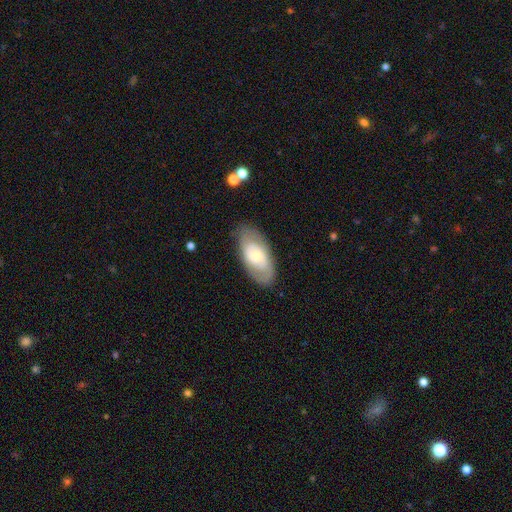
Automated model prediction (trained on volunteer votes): Q: Smooth or featured?
A: featured or disk (51%); runner-up: smooth (44%)
Q: Edge-on disk?
A: no (89%); runner-up: yes (11%)
Q: Merging?
A: none (80%); runner-up: minor disturbance (14%)